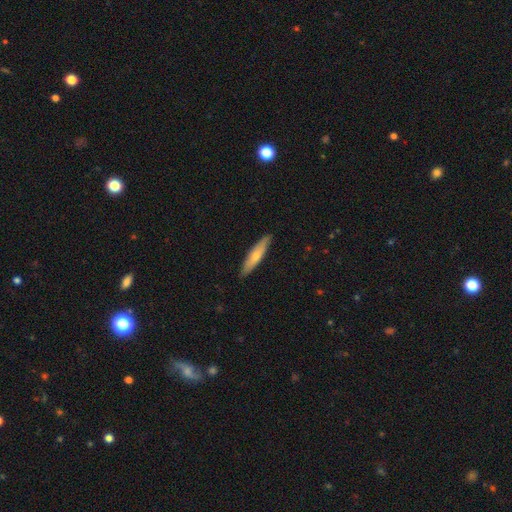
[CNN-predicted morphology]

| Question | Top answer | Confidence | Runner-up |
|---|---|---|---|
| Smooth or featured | smooth | 61% | featured or disk (34%) |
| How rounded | cigar-shaped | 81% | in between (17%) |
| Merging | none | 87% | minor disturbance (10%) |